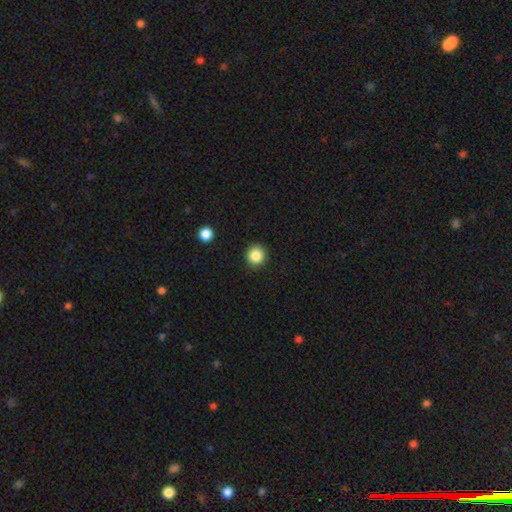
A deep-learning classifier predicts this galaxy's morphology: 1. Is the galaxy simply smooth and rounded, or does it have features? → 86% smooth, 10% star or artifact, 4% featured or disk.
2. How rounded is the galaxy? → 95% round, 4% in between, 1% cigar-shaped.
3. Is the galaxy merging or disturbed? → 92% none, 5% minor disturbance, 2% major disturbance, 1% merger.